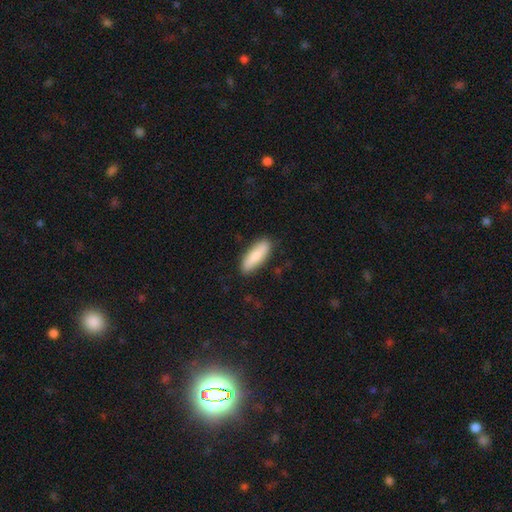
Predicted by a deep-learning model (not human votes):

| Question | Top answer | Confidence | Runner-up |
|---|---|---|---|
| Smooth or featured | smooth | 78% | featured or disk (17%) |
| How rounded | in between | 51% | cigar-shaped (47%) |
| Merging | none | 86% | minor disturbance (11%) |